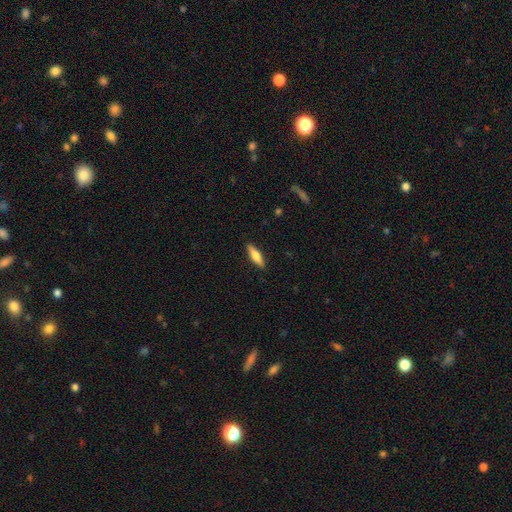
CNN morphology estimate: This is likely a smooth galaxy (64%). How rounded: possibly cigar-shaped (59%). Merging: clearly none (89%).